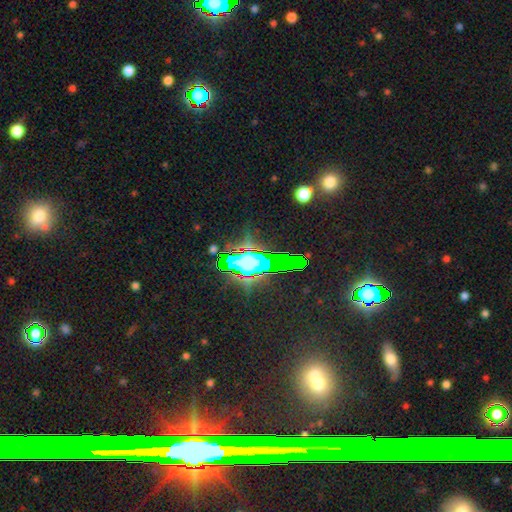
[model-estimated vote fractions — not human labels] Smooth or featured? Predicted: star or artifact (p=0.72).